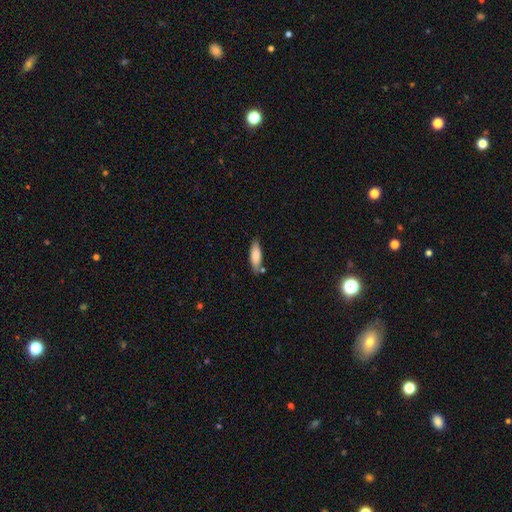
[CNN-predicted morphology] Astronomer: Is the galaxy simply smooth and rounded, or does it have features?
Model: smooth — 80%.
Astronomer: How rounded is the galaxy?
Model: in between — 50% (runner-up: cigar-shaped, 49%).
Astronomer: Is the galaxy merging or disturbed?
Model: none — 76%.